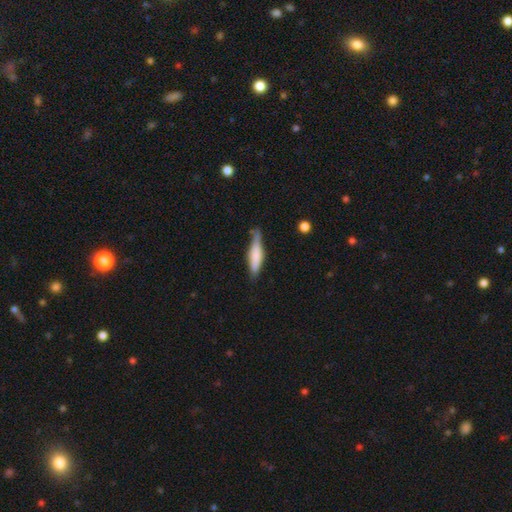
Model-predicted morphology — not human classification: Smooth or featured? Predicted: smooth (p=0.63). How rounded? Predicted: cigar-shaped (p=0.79). Merging? Predicted: none (p=0.63).